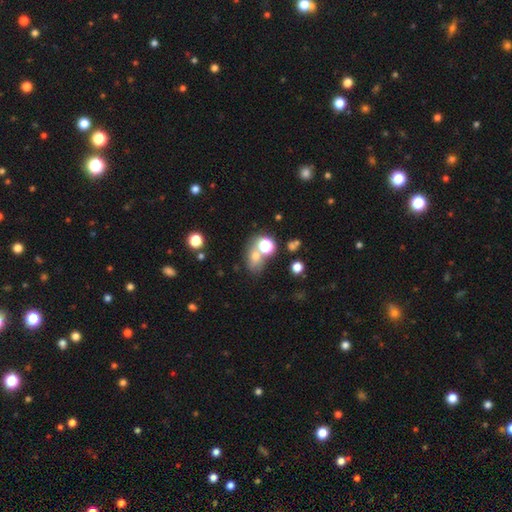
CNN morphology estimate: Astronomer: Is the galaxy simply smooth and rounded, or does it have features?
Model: smooth — 63%.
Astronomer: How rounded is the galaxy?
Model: in between — 56% (runner-up: round, 42%).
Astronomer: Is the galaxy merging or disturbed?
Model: none — 47% (runner-up: merger, 33%).